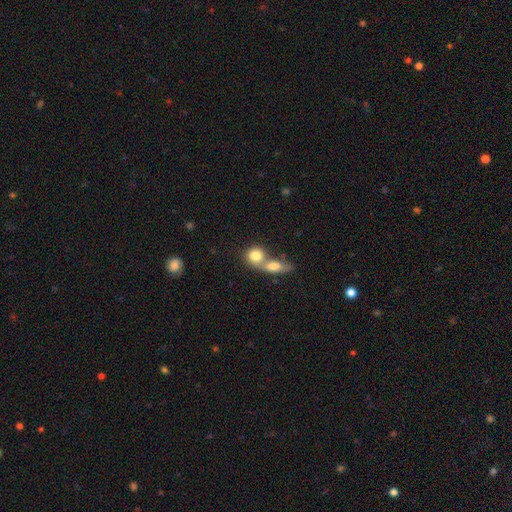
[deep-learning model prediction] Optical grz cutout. It shows a smooth galaxy with no disk features (80%) that is round (69%). Merging: merger (64%).